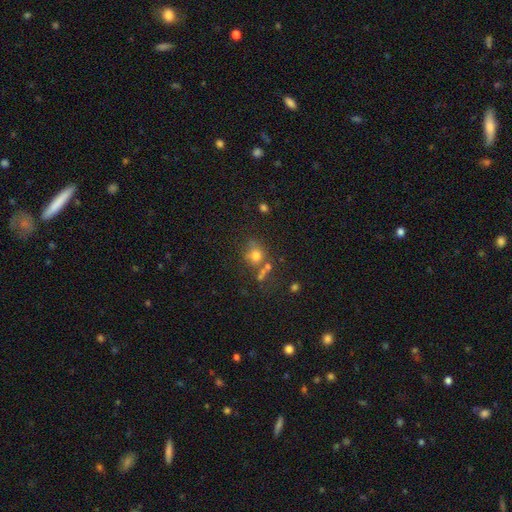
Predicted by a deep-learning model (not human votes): The model was most divided on "merging": none: 53%, merger: 22%, minor disturbance: 16%, major disturbance: 9%. More confident: how rounded — round (77%); smooth or featured — smooth (69%).